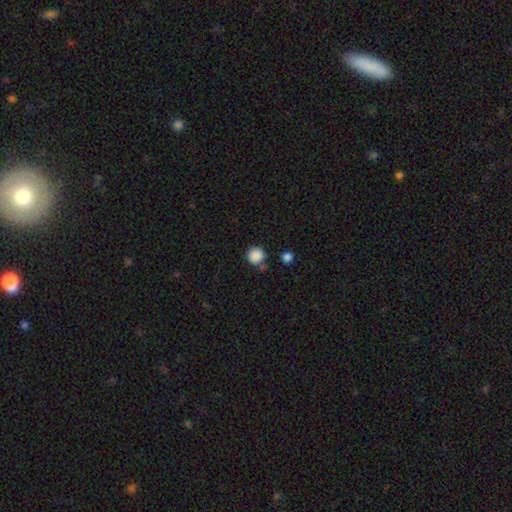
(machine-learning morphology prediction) smooth 87%, star or artifact 10%, featured or disk 3%. Down the decision tree: how rounded — round (93%); merging — none (75%).